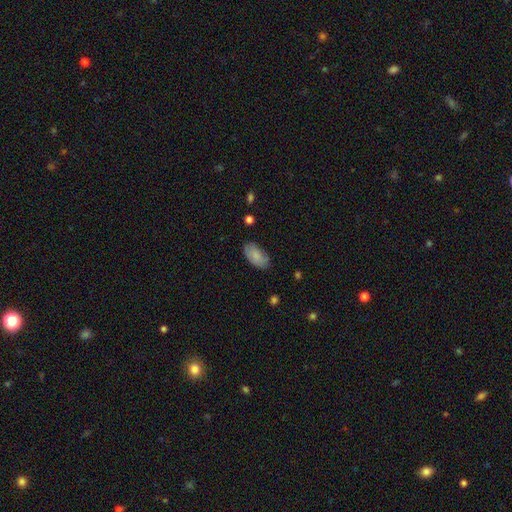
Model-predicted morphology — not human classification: Q: Smooth or featured?
A: smooth (81%); runner-up: featured or disk (13%)
Q: How rounded?
A: in between (95%); runner-up: cigar-shaped (3%)
Q: Merging?
A: none (77%); runner-up: minor disturbance (18%)